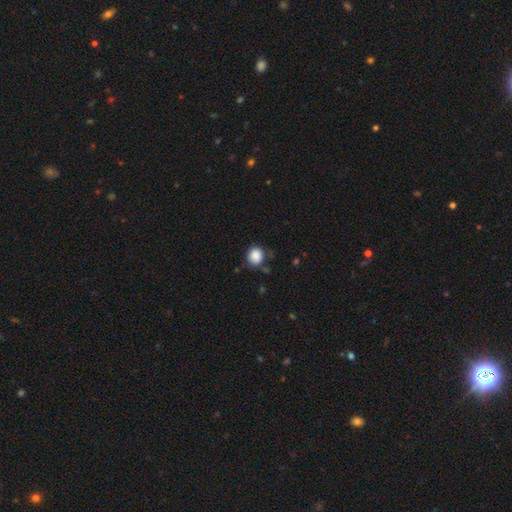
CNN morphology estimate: smooth-or-featured: smooth: 87% | star or artifact: 9% | featured or disk: 4%
  how-rounded: round: 76% | in between: 23% | cigar-shaped: 1%
  merging: none: 76% | minor disturbance: 17% | major disturbance: 4% | merger: 3%